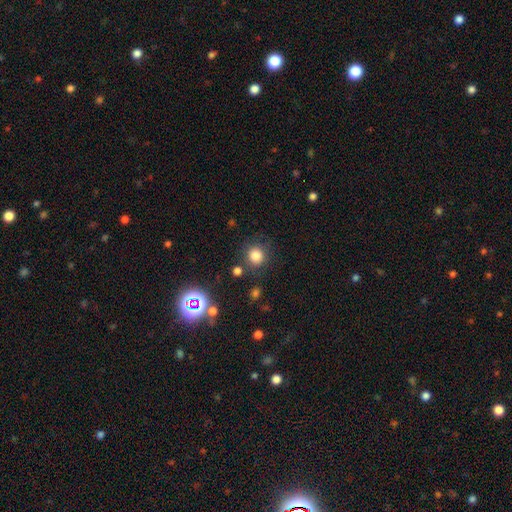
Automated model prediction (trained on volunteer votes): This is clearly a smooth galaxy (80%). How rounded: clearly round (90%). Merging: clearly none (81%).